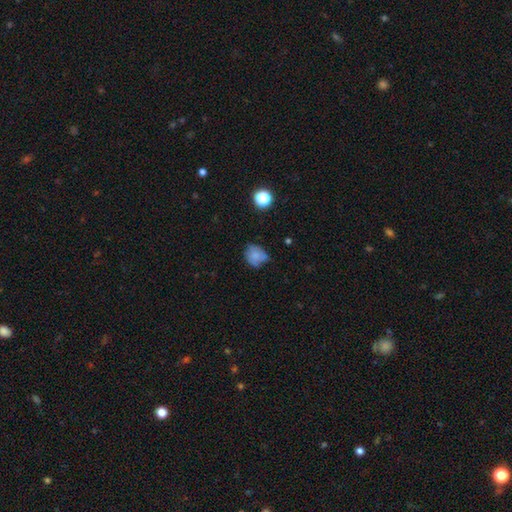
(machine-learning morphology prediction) Q: Smooth or featured?
A: smooth (69%); runner-up: featured or disk (20%)
Q: How rounded?
A: round (71%); runner-up: in between (28%)
Q: Merging?
A: none (54%); runner-up: minor disturbance (32%)